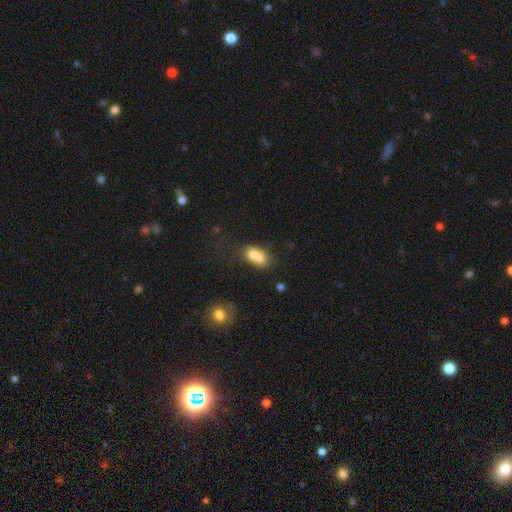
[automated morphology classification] type=smooth (69%); roundness=in between (54%); merging=merger (67%).